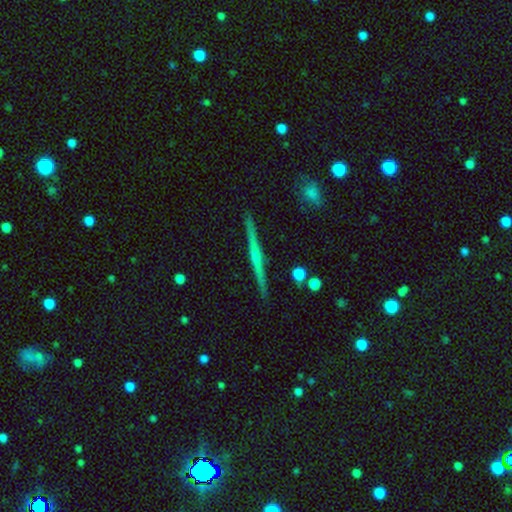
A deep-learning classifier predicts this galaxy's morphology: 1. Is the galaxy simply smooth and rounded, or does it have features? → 75% featured or disk, 19% smooth, 6% star or artifact.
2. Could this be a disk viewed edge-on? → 98% yes, 2% no.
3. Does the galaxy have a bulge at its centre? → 58% rounded, 33% none, 9% boxy.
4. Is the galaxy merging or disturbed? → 92% none, 5% minor disturbance, 1% merger, 1% major disturbance.